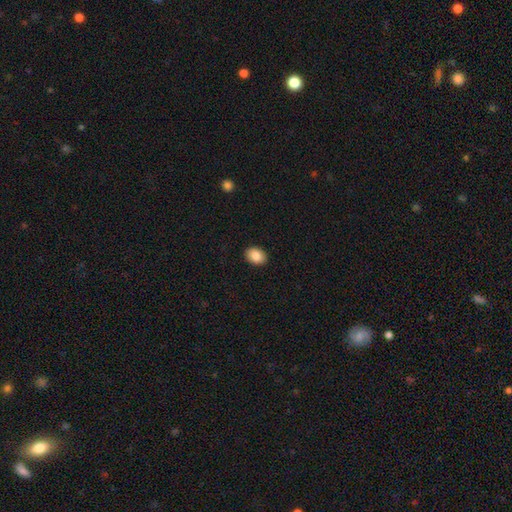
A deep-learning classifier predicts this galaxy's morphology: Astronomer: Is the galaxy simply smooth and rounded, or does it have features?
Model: smooth — 88%.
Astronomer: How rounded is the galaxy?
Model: in between — 75%.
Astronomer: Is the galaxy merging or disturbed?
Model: none — 91%.